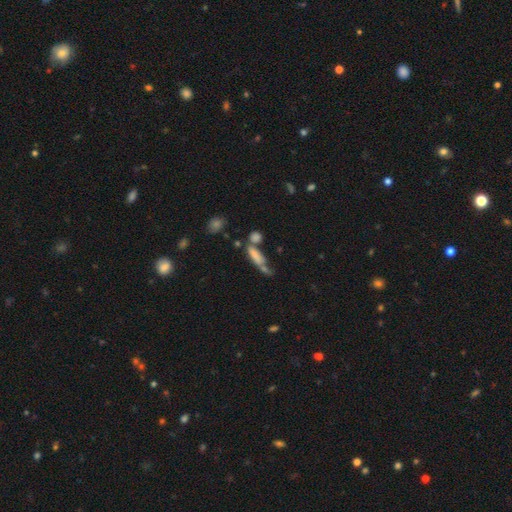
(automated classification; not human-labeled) smooth 68%, featured or disk 21%, star or artifact 11%. Down the decision tree: how rounded — cigar-shaped (53%); merging — merger (38%).